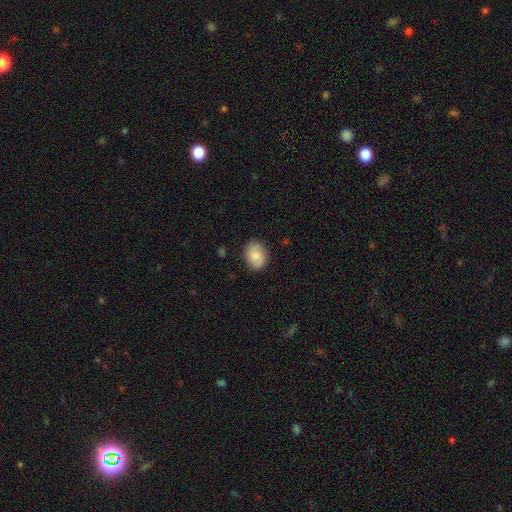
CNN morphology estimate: Smooth or featured? Predicted: smooth (p=0.74). How rounded? Predicted: in between (p=0.58). Merging? Predicted: none (p=0.83).